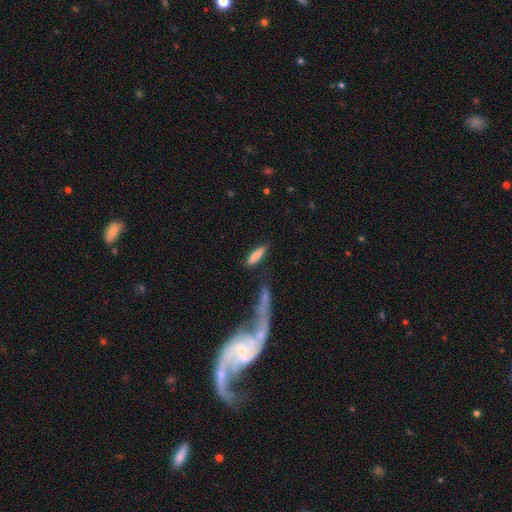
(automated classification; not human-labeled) This appears to be a smooth galaxy with no disk features (77%) that is cigar-shaped (66%). Merging: none (73%).